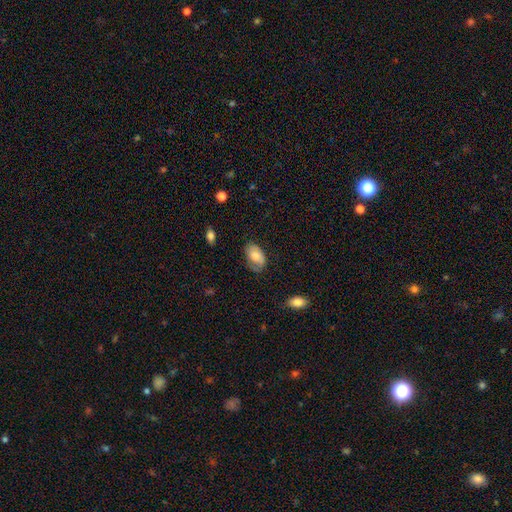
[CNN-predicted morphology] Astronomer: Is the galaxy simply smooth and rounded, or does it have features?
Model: smooth — 73%.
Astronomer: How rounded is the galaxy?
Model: in between — 92%.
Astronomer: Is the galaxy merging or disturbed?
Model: none — 63%.